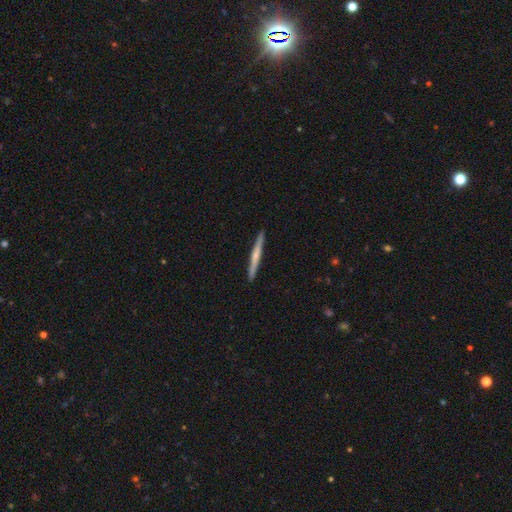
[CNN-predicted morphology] Smooth or featured: featured or disk — 49% (smooth — 46%)
Merging: none — 92% (minor disturbance — 5%)